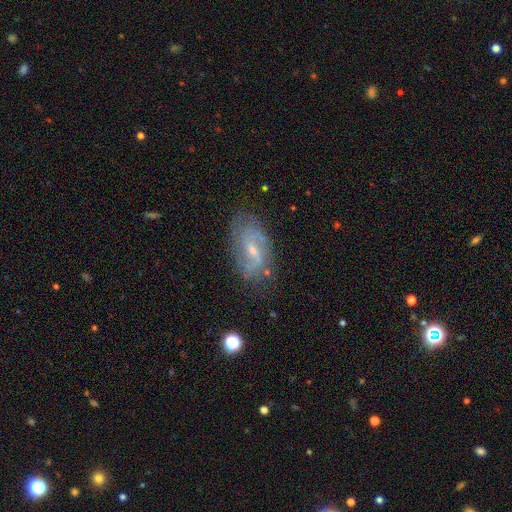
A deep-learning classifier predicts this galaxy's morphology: This appears to be a featured or disk galaxy (82%) with a weak bar (50%), 2 (73%) medium (42%) spiral arms (93%) and a small central bulge (69%). Merging: none (73%).